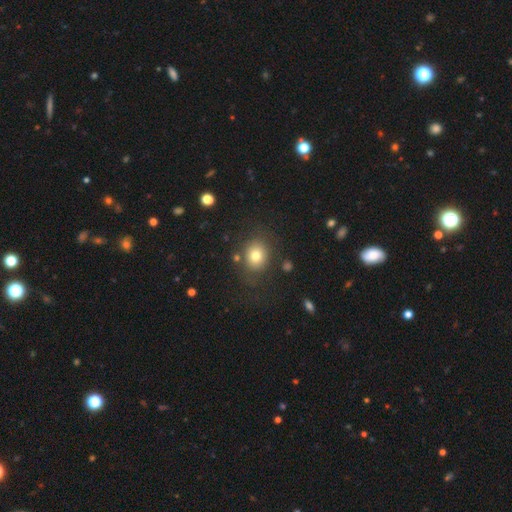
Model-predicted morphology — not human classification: A smooth galaxy with no disk features (76%) that is round (65%).

Vote fractions:
- Smooth or featured? smooth: 76% / star or artifact: 12% / featured or disk: 12%
- How rounded? round: 65% / in between: 34% / cigar-shaped: 1%
- Merging? none: 77% / minor disturbance: 12% / major disturbance: 7% / merger: 4%